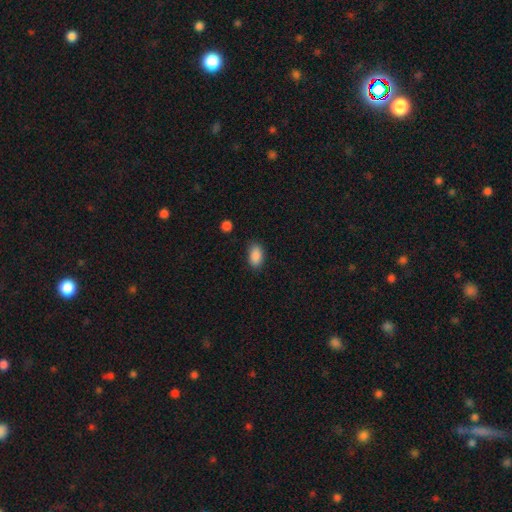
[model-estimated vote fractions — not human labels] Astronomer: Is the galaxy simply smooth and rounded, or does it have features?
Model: smooth — 89%.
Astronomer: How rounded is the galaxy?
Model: in between — 91%.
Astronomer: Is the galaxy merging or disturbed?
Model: none — 84%.